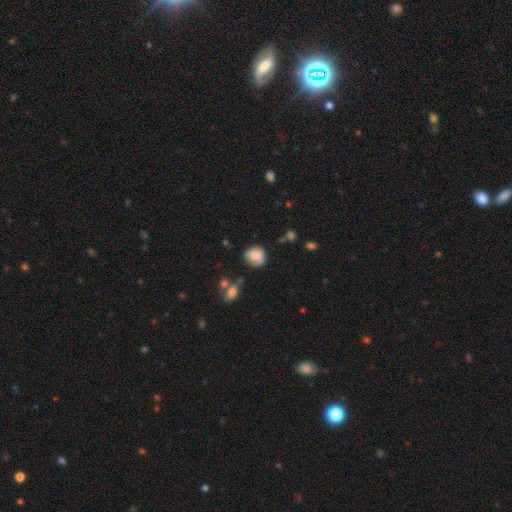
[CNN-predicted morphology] A smooth galaxy with no disk features (73%) that is round (74%).

Vote fractions:
- Smooth or featured? smooth: 73% / featured or disk: 19% / star or artifact: 9%
- How rounded? round: 74% / in between: 25% / cigar-shaped: 1%
- Merging? none: 66% / minor disturbance: 23% / major disturbance: 6% / merger: 5%